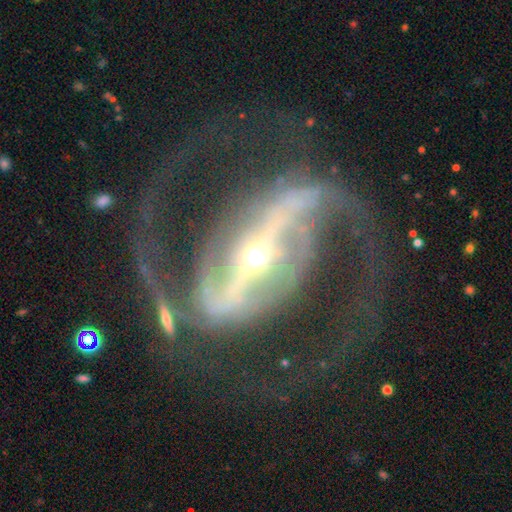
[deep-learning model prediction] Morphology: type=featured or disk (92%); edge-on=no (96%); bar=strong (80%); spiral arms=yes (97%); winding=medium (62%); arm count=2 (92%); bulge=small (70%); merging=none (73%).